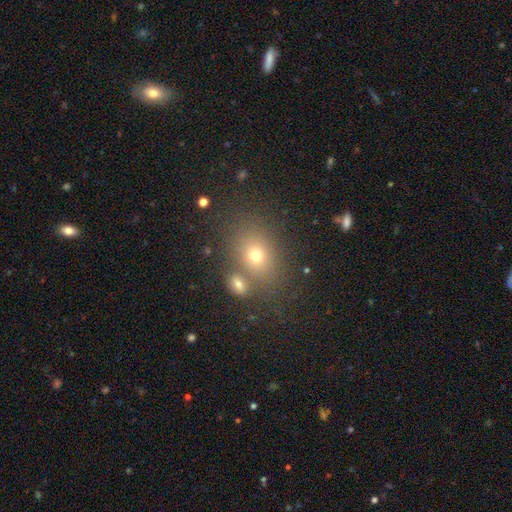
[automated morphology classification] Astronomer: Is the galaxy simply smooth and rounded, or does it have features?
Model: smooth — 67%.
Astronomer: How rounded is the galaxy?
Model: in between — 61% (runner-up: round, 38%).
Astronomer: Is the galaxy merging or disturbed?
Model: none — 67%.